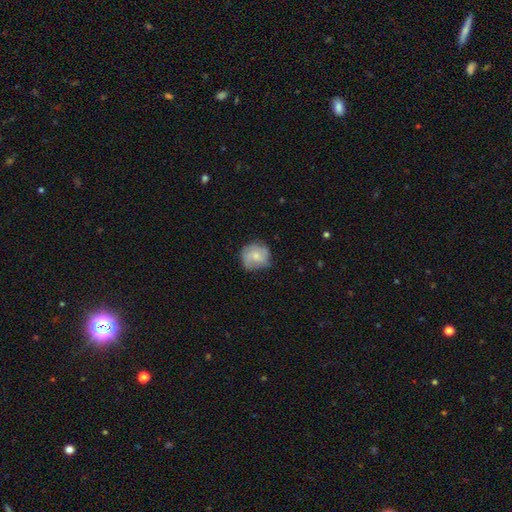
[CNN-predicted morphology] This appears to be a smooth galaxy with no disk features (52%) that is round (84%). Merging: none (65%).